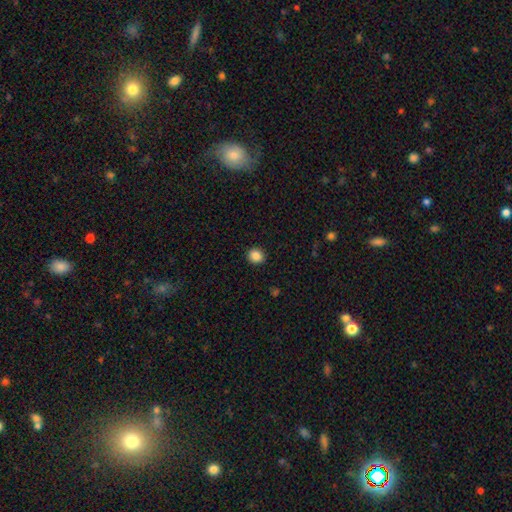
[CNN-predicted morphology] A smooth galaxy with no disk features (86%) that is round (81%). Merging: none (92%).